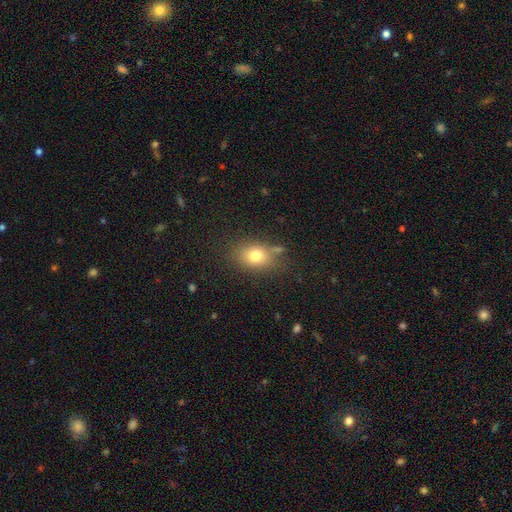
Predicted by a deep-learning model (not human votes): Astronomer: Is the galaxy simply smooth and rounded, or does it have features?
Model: smooth — 77%.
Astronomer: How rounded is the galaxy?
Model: in between — 65%.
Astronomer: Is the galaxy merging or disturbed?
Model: none — 72%.